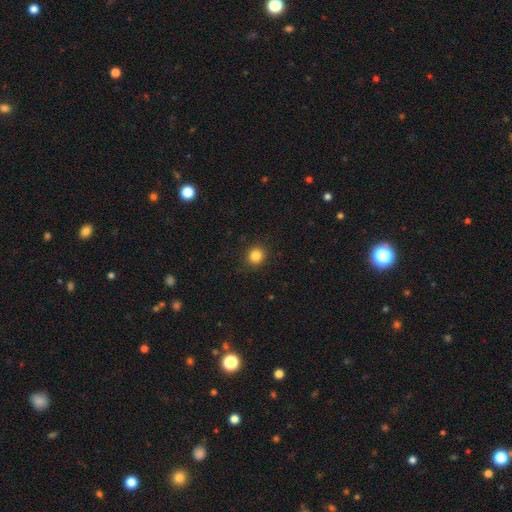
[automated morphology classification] Smooth or featured: smooth — 85% (star or artifact — 11%)
How rounded: round — 90% (in between — 9%)
Merging: none — 89% (minor disturbance — 8%)